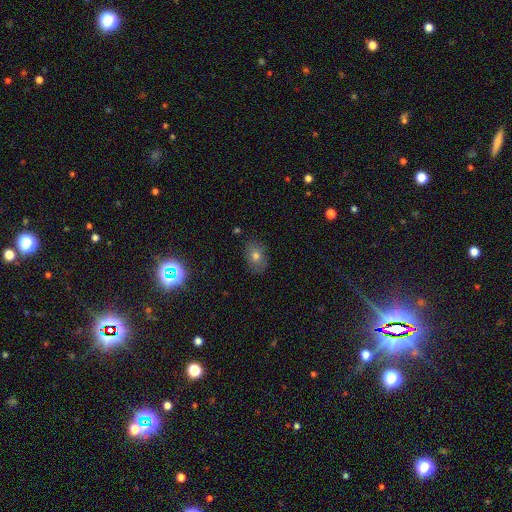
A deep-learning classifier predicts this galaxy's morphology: smooth_or_featured: smooth (p=0.72) [alt: featured or disk p=0.16]
how_rounded: in between (p=0.75) [alt: round p=0.24]
merging: none (p=0.82) [alt: minor disturbance p=0.13]